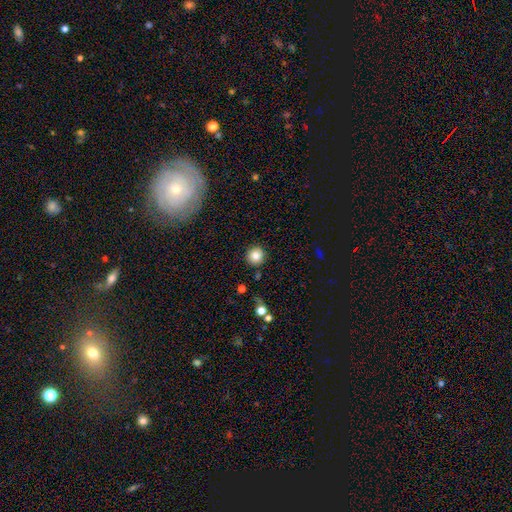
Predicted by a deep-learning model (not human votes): Q: Smooth or featured?
A: smooth (84%); runner-up: star or artifact (10%)
Q: How rounded?
A: round (94%); runner-up: in between (5%)
Q: Merging?
A: none (89%); runner-up: minor disturbance (6%)